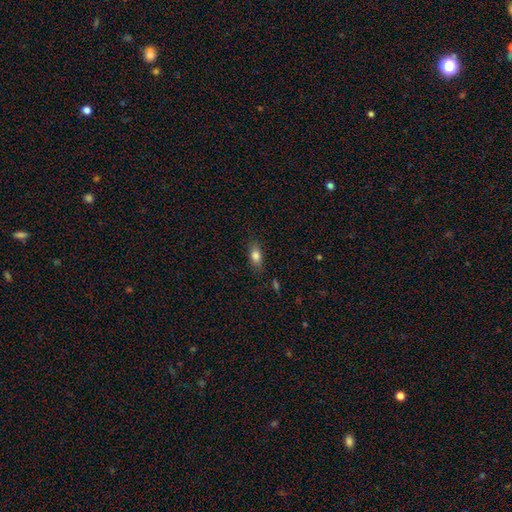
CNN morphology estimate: smooth_or_featured: smooth (p=0.80) [alt: featured or disk p=0.10]
how_rounded: in between (p=0.82) [alt: cigar-shaped p=0.10]
merging: none (p=0.79) [alt: minor disturbance p=0.15]